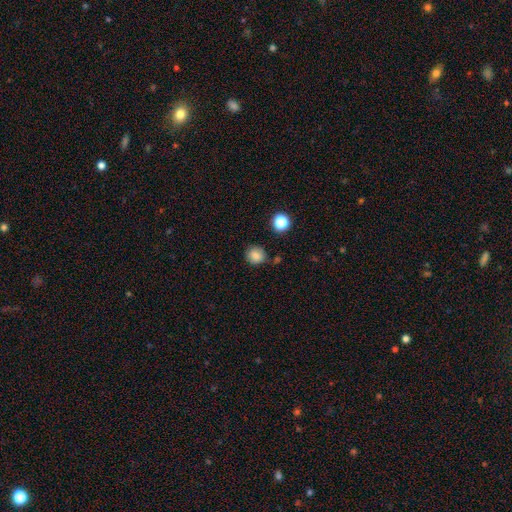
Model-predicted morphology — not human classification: A smooth galaxy with no disk features (84%) that is round (89%). Merging: none (82%).